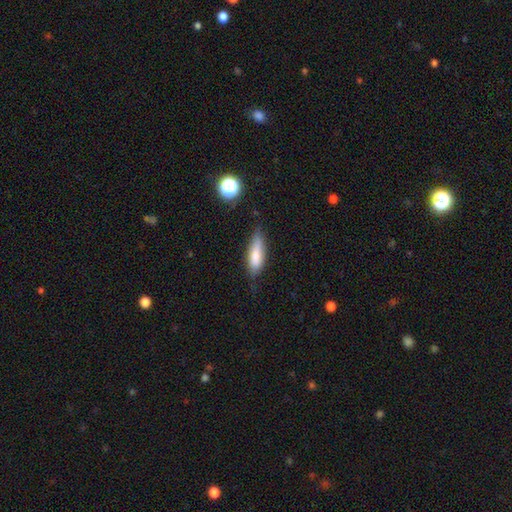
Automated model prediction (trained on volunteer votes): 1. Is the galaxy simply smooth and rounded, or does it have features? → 76% smooth, 17% featured or disk, 7% star or artifact.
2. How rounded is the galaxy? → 51% in between, 47% cigar-shaped, 2% round.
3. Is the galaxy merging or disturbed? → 67% none, 26% minor disturbance, 5% major disturbance, 2% merger.